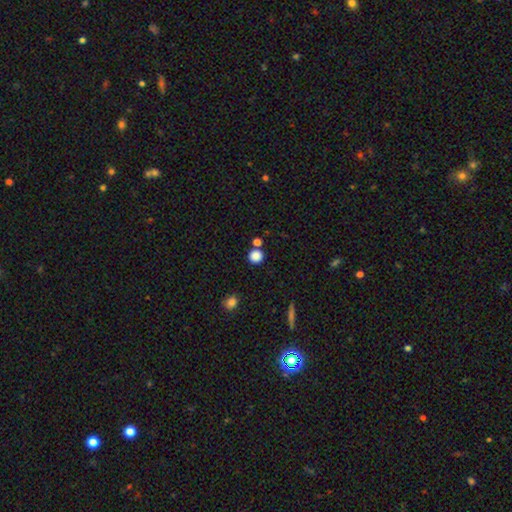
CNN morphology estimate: A smooth galaxy with no disk features (84%) that is round (91%).

Vote fractions:
- Smooth or featured? smooth: 84% / star or artifact: 12% / featured or disk: 4%
- How rounded? round: 91% / in between: 8% / cigar-shaped: 1%
- Merging? none: 76% / merger: 12% / minor disturbance: 8% / major disturbance: 3%